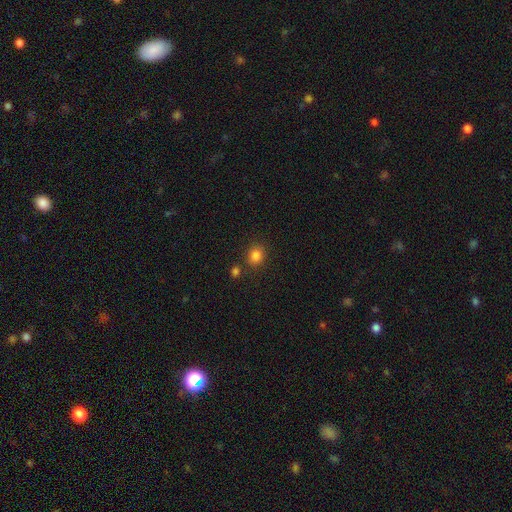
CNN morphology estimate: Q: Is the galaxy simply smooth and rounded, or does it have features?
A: smooth — 84%.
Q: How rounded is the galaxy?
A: round — 64%.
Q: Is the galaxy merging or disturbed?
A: none — 78%.